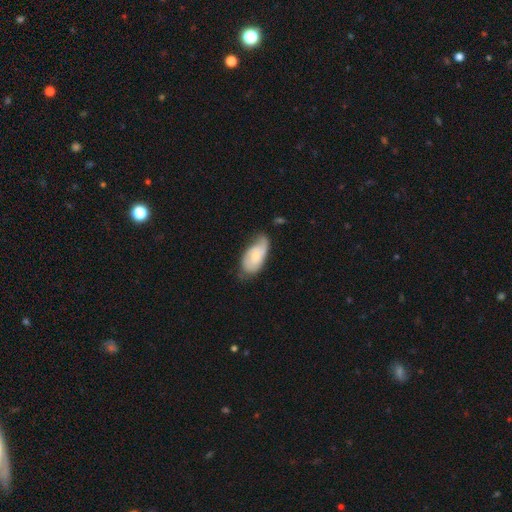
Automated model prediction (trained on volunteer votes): Smooth or featured: smooth — 50% (featured or disk — 44%)
Merging: none — 43% (minor disturbance — 39%)